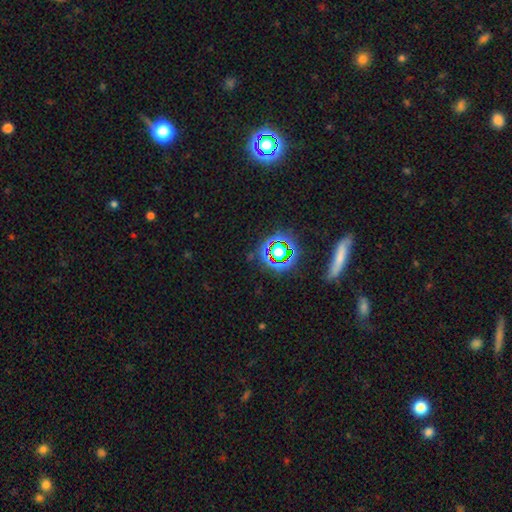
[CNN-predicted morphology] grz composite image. It shows a star or artifact, not a galaxy (62%).